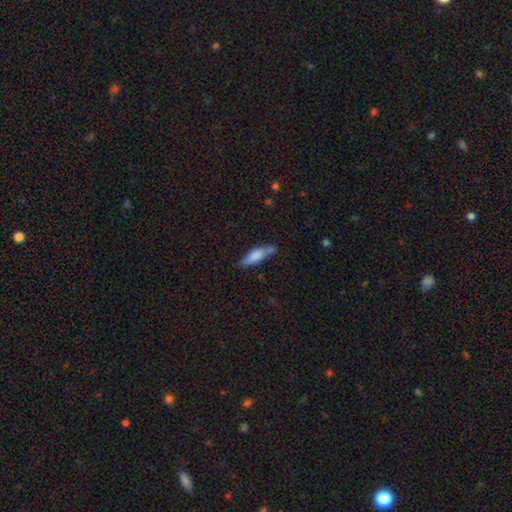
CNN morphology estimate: Smooth or featured? smooth (69%)
How rounded? cigar-shaped (57%)
Merging? none (65%)